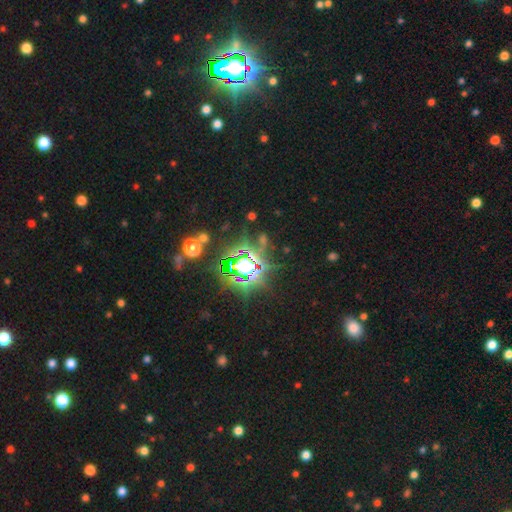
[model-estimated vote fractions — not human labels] Morphology: type=star or artifact (85%).